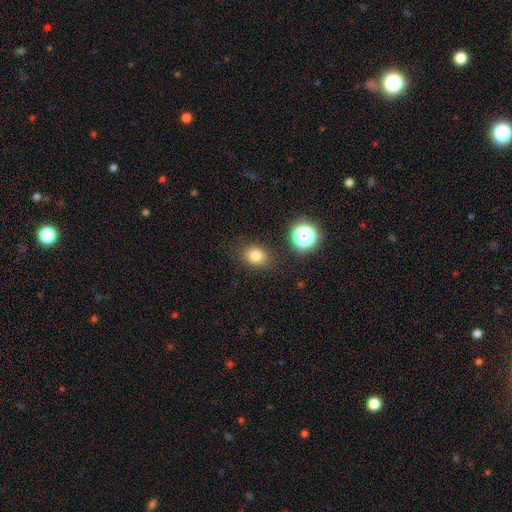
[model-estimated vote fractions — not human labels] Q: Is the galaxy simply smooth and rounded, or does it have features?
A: smooth — 78%.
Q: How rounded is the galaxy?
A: in between — 51%.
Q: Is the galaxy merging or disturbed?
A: none — 82%.